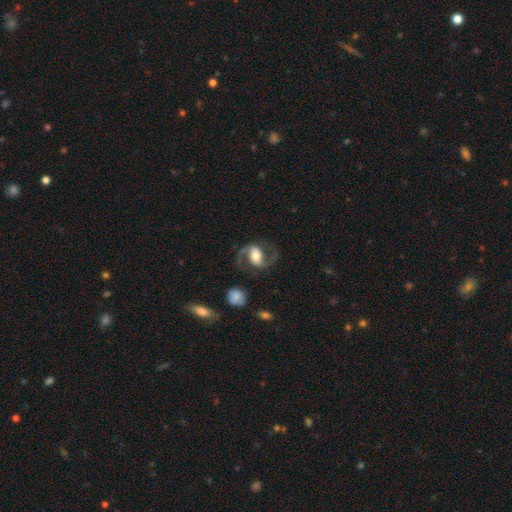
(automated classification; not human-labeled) Smooth or featured? Predicted: featured or disk (p=0.86). Edge-on disk? Predicted: no (p=0.97). Bar? Predicted: weak (p=0.39). Spiral arms? Predicted: yes (p=0.96). Spiral winding? Predicted: medium (p=0.57). Spiral arm count? Predicted: 2 (p=0.93). Bulge size? Predicted: moderate (p=0.60). Merging? Predicted: none (p=0.77).